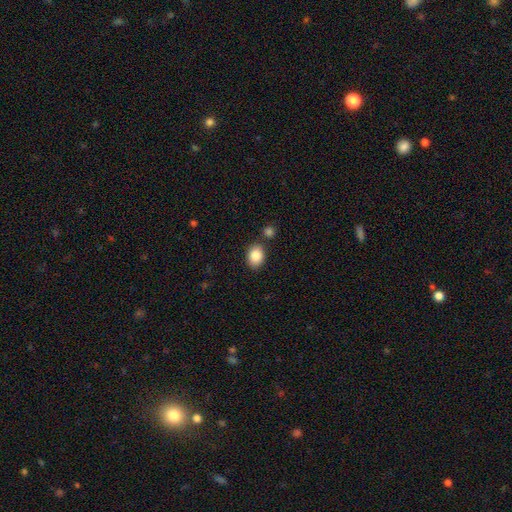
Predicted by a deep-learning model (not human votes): The model was most divided on "how rounded": in between: 65%, round: 34%, cigar-shaped: 1%. More confident: smooth or featured — smooth (86%); merging — none (78%).